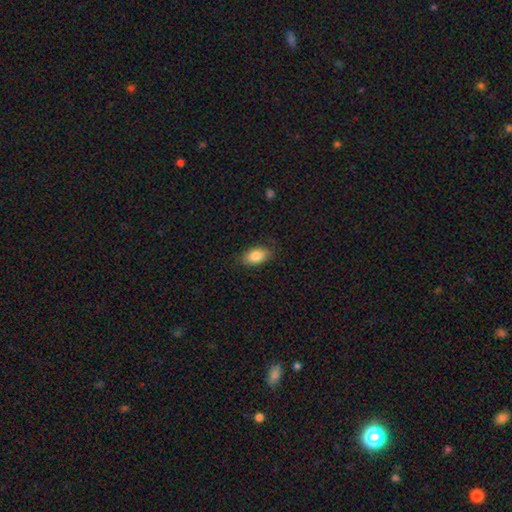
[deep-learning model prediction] The model was most divided on "merging": none: 84%, minor disturbance: 12%, major disturbance: 3%, merger: 1%. More confident: how rounded — in between (91%); smooth or featured — smooth (84%).